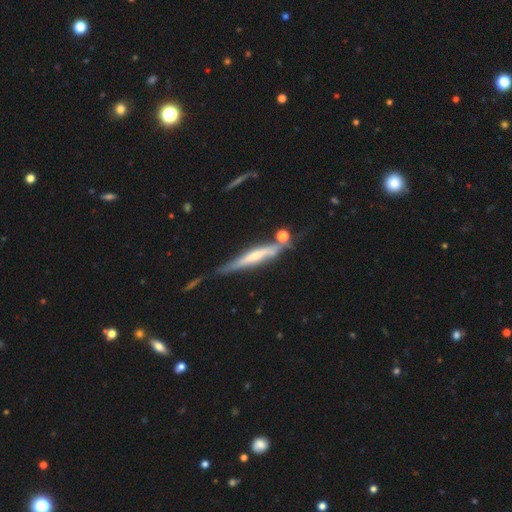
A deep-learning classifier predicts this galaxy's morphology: This is likely a featured or disk galaxy (61%). It is clearly viewed edge-on (88%). Edge-on bulge: marginally rounded (43%). Merging: possibly none (56%).